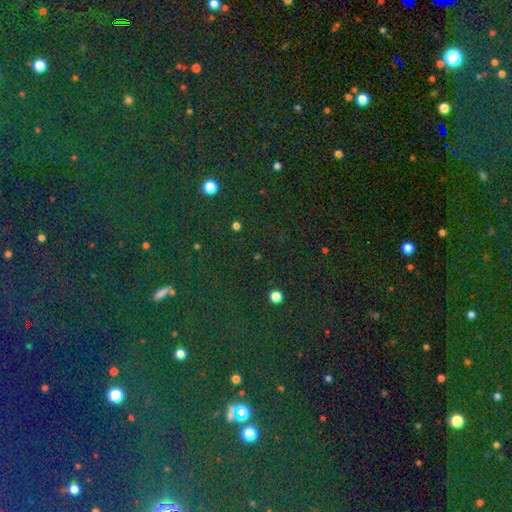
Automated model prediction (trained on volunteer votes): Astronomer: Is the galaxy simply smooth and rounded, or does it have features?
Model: star or artifact — 82%.